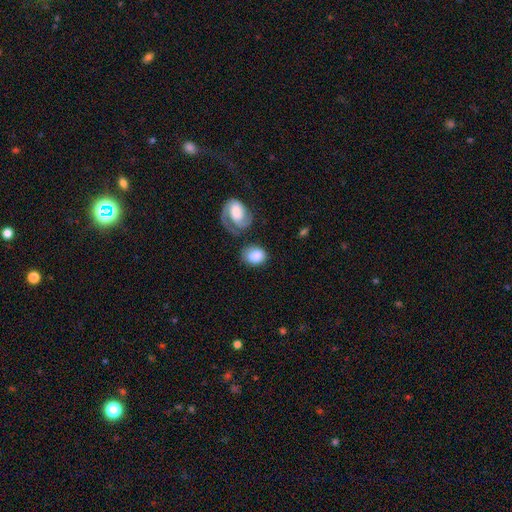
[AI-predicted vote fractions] The model was most divided on "how rounded": in between: 57%, round: 42%, cigar-shaped: 1%. More confident: smooth or featured — smooth (78%); merging — none (57%).